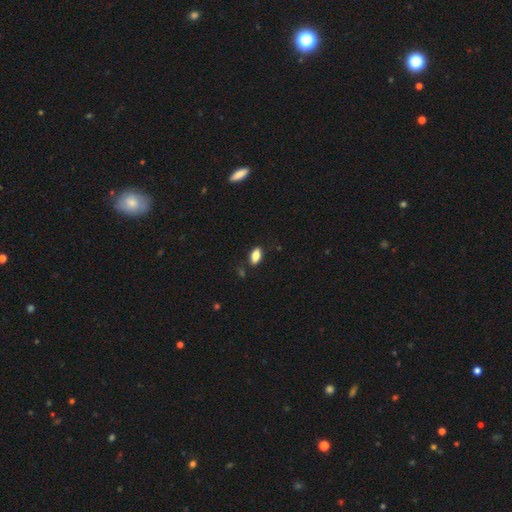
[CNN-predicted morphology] smooth-or-featured: smooth: 83% | featured or disk: 9% | star or artifact: 8%
  how-rounded: in between: 88% | cigar-shaped: 8% | round: 4%
  merging: none: 83% | minor disturbance: 12% | major disturbance: 3% | merger: 2%